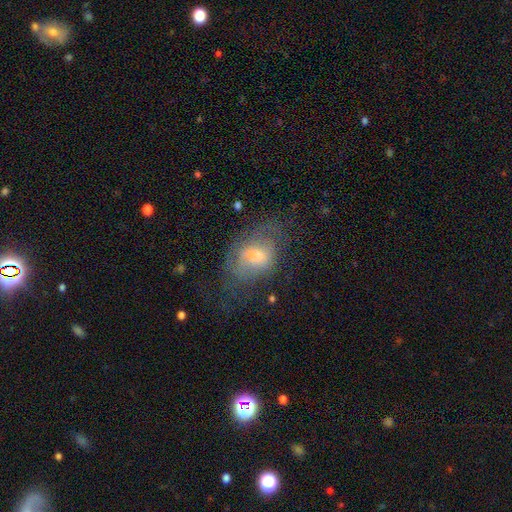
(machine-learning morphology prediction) A smooth galaxy with no disk features (47%).

Vote fractions:
- Smooth or featured? smooth: 47% / featured or disk: 43% / star or artifact: 10%
- Merging? none: 43% / major disturbance: 28% / minor disturbance: 26% / merger: 2%